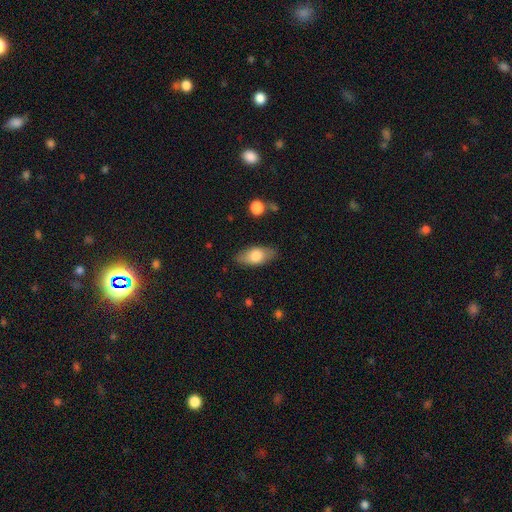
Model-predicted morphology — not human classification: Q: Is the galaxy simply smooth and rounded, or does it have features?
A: smooth — 75%.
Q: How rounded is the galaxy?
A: in between — 86%.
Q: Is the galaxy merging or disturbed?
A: none — 83%.